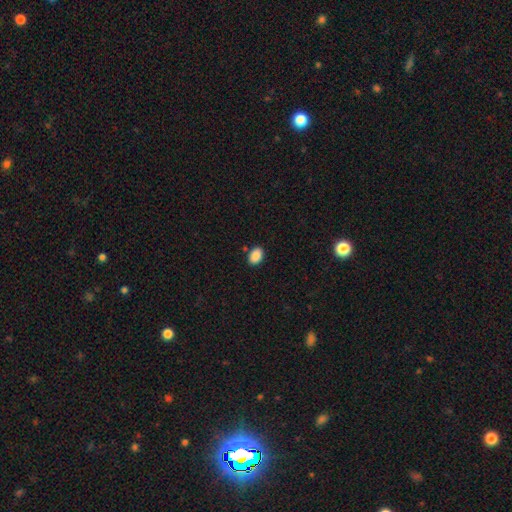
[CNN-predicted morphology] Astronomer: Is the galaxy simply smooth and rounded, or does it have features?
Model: smooth — 89%.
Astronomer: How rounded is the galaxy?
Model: in between — 82%.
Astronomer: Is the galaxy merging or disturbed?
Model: none — 86%.